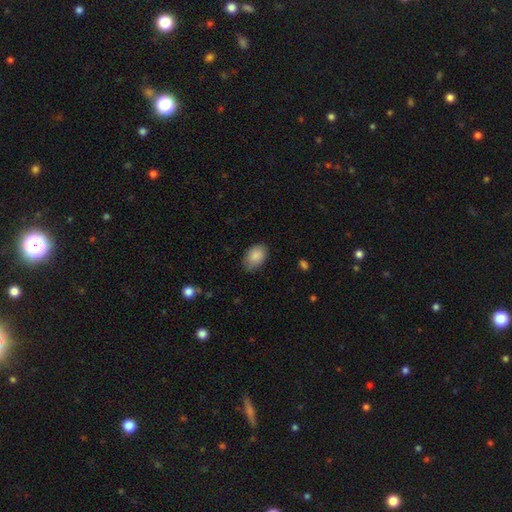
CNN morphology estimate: smooth_or_featured: smooth (p=0.88) [alt: star or artifact p=0.07]
how_rounded: in between (p=0.87) [alt: round p=0.12]
merging: none (p=0.79) [alt: minor disturbance p=0.16]